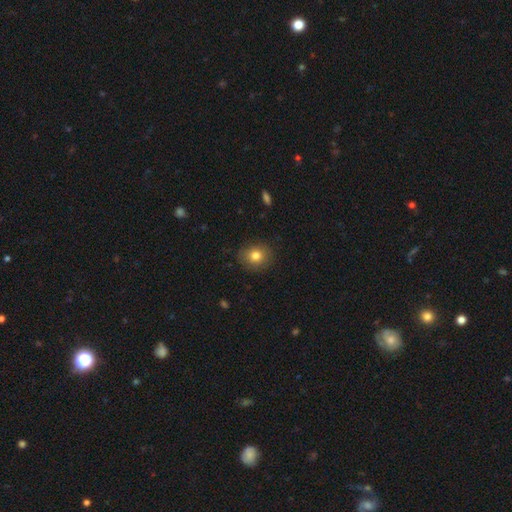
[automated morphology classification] smooth-or-featured: smooth: 80% | star or artifact: 11% | featured or disk: 9%
  how-rounded: round: 72% | in between: 27% | cigar-shaped: 1%
  merging: none: 86% | minor disturbance: 10% | major disturbance: 3% | merger: 1%